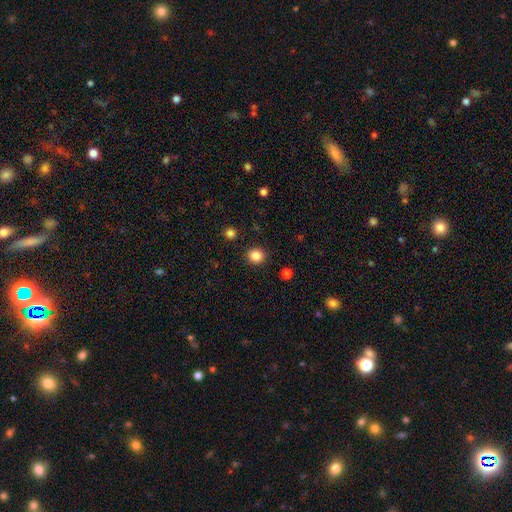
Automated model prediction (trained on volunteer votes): Morphology: type=smooth (85%); roundness=round (83%); merging=none (91%).